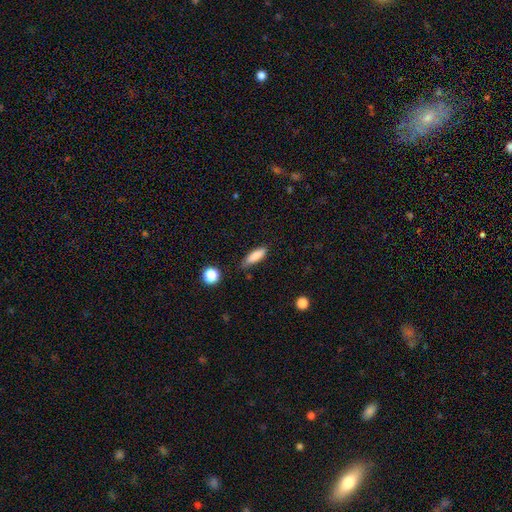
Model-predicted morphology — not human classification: The model was most divided on "how rounded": cigar-shaped: 49%, in between: 48%, round: 2%. More confident: smooth or featured — smooth (81%); merging — none (70%).